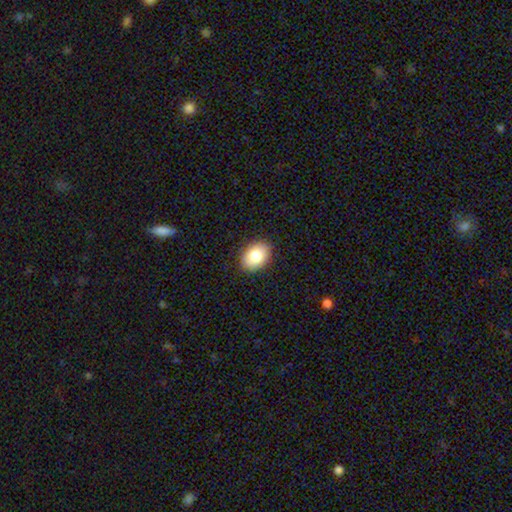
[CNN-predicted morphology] smooth_or_featured: smooth (p=0.84) [alt: featured or disk p=0.09]
how_rounded: in between (p=0.80) [alt: round p=0.19]
merging: none (p=0.88) [alt: minor disturbance p=0.09]